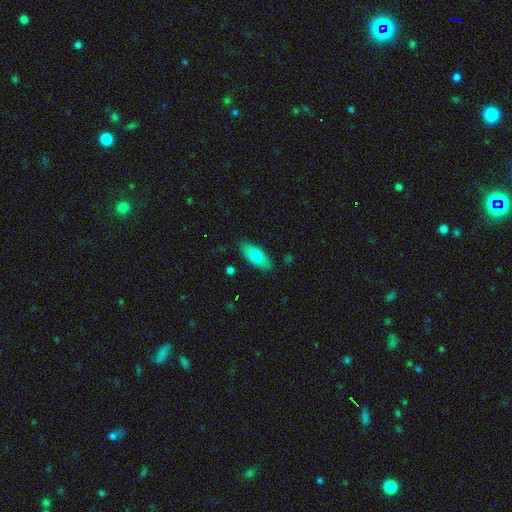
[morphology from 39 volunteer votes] Volunteers were most divided on "smooth or featured": smooth: 77%, featured or disk: 15%, star or artifact: 8%. More confident: how rounded — in between (87%); merging — none (86%).